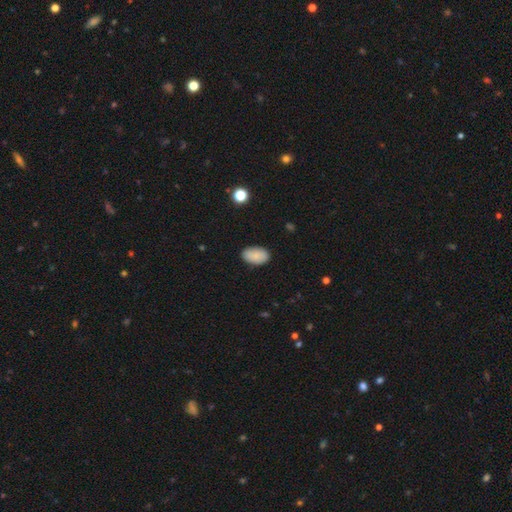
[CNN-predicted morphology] Smooth or featured?
  - smooth: 86% *
  - star or artifact: 7%
  - featured or disk: 7%
How rounded?
  - in between: 93% *
  - round: 6%
  - cigar-shaped: 1%
Merging?
  - none: 86% *
  - minor disturbance: 10%
  - major disturbance: 2%
  - merger: 1%